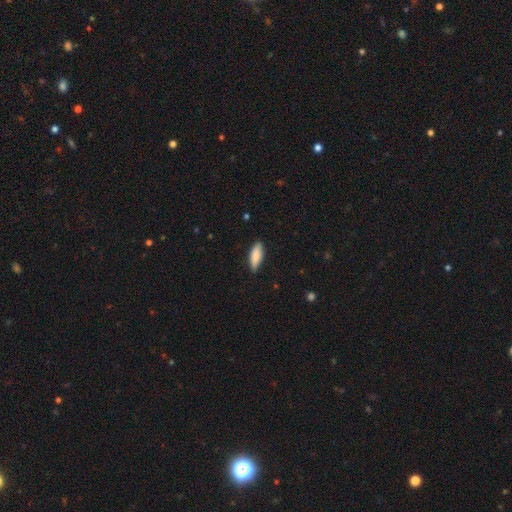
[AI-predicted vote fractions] smooth 84%, featured or disk 10%, star or artifact 6%. Down the decision tree: how rounded — in between (64%); merging — none (84%).